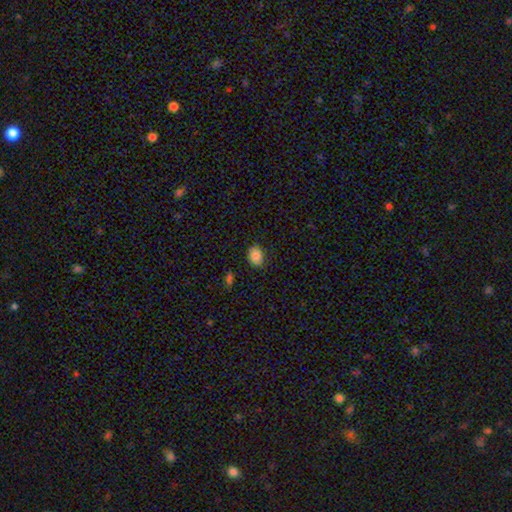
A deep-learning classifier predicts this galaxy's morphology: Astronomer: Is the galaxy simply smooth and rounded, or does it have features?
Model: smooth — 87%.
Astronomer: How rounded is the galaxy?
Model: in between — 72%.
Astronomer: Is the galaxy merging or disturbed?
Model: none — 84%.